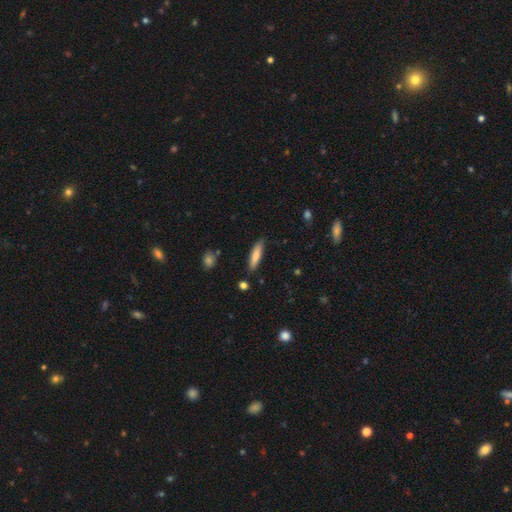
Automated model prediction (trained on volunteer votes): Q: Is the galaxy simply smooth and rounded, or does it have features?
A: smooth — 74%.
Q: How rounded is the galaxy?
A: cigar-shaped — 73%.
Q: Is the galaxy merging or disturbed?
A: none — 83%.